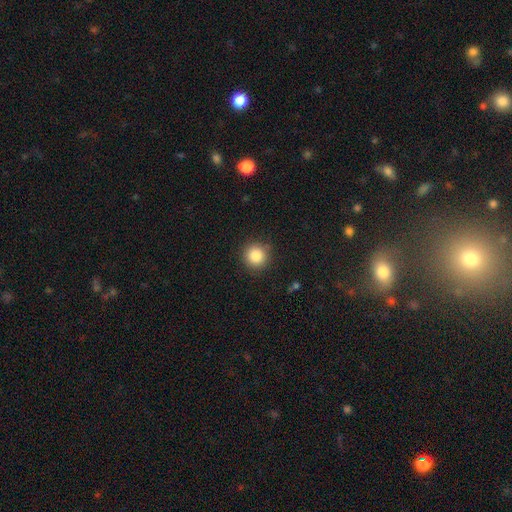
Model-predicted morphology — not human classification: Smooth or featured? smooth (85%)
How rounded? round (94%)
Merging? none (89%)